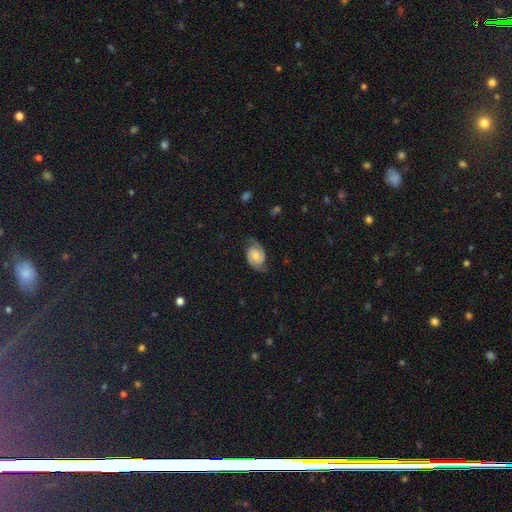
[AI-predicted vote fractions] Morphology: type=featured or disk (77%); edge-on=no (97%); bar=no (59%); spiral arms=yes (96%); winding=medium (46%); arm count=2 (92%); bulge=moderate (46%); merging=none (76%).